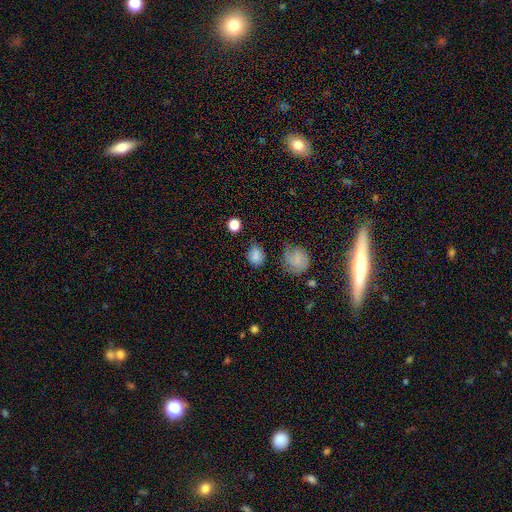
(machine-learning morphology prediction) Smooth or featured? smooth (82%)
How rounded? round (57%)
Merging? none (70%)